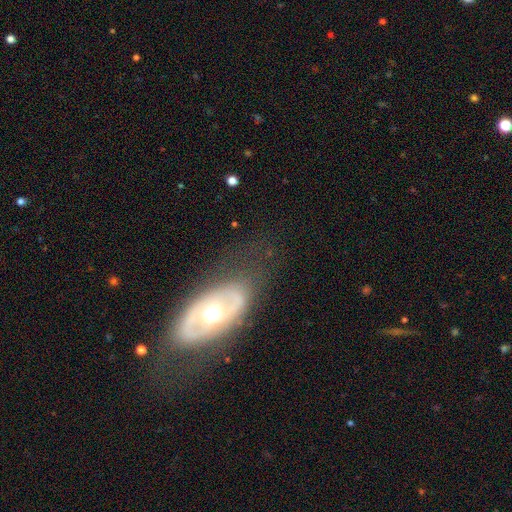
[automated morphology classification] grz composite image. It shows a featured or disk galaxy (63%) with no bar (79%), no spiral arms (73%) and a moderate central bulge (66%). Merging: none (77%).